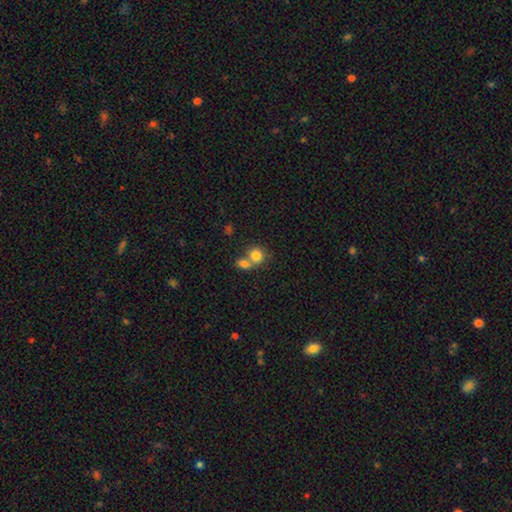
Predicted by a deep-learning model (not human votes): Smooth or featured? Predicted: smooth (p=0.81). How rounded? Predicted: round (p=0.80). Merging? Predicted: merger (p=0.54).